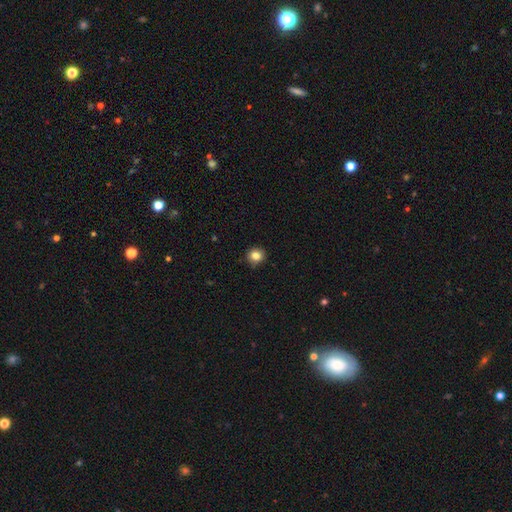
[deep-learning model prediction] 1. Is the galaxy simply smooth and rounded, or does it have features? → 83% smooth, 11% star or artifact, 6% featured or disk.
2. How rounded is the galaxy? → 90% round, 9% in between, 1% cigar-shaped.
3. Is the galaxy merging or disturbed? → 88% none, 9% minor disturbance, 2% major disturbance, 1% merger.